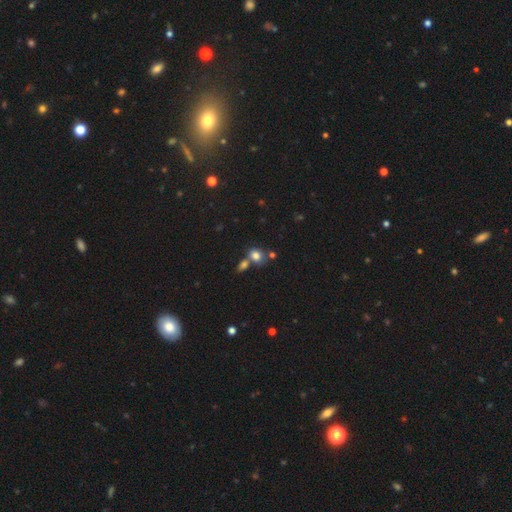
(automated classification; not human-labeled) The model was most divided on "how rounded": in between: 50%, round: 49%, cigar-shaped: 1%. Remaining: smooth or featured — smooth (79%); merging — none (47%).